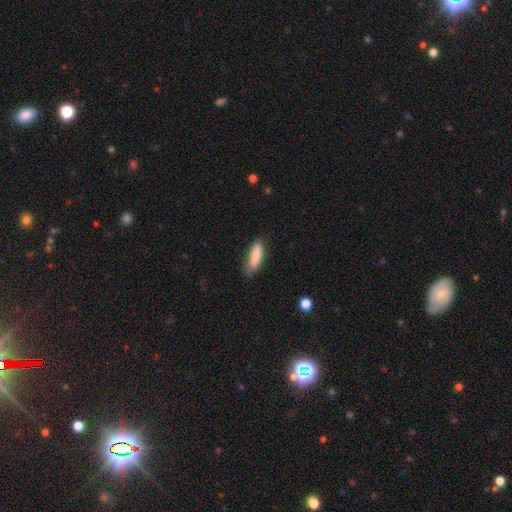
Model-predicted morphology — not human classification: Overall: smooth (79%). How rounded: cigar-shaped (52%; in between 46%). Merging: none (76%).